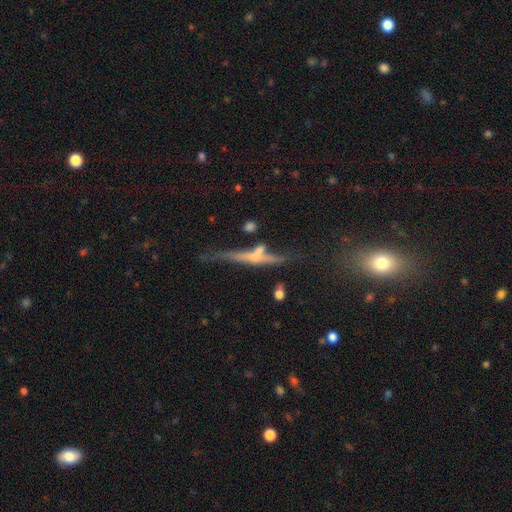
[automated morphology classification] This is likely a featured or disk galaxy (66%). It is clearly viewed edge-on (91%). Edge-on bulge: likely rounded (61%). Merging: possibly none (54%).